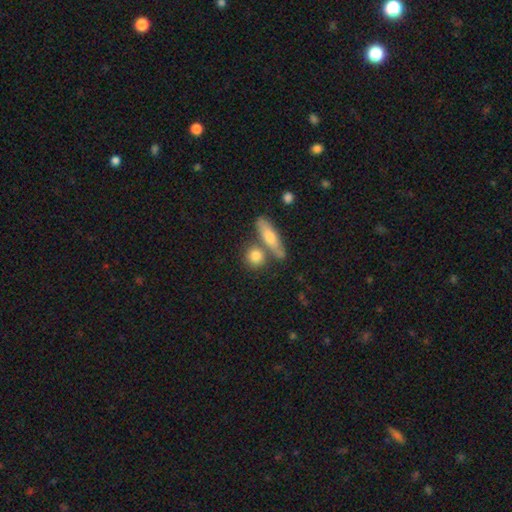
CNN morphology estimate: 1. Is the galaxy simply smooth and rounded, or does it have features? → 79% smooth, 13% featured or disk, 7% star or artifact.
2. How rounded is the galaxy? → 66% round, 22% in between, 12% cigar-shaped.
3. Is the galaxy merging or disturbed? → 63% none, 23% merger, 11% minor disturbance, 4% major disturbance.